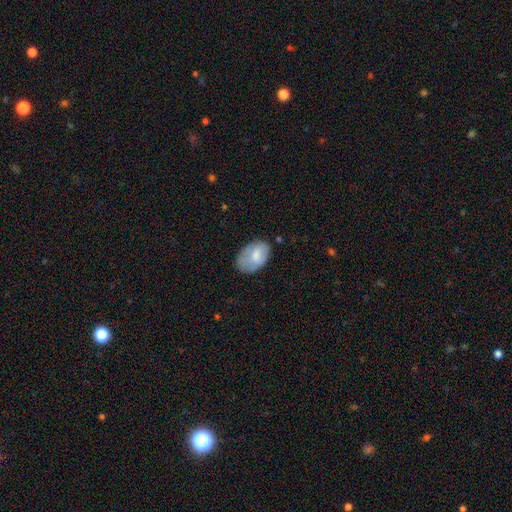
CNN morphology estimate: This is likely a smooth galaxy (73%). How rounded: clearly in between (91%). Merging: likely none (61%).